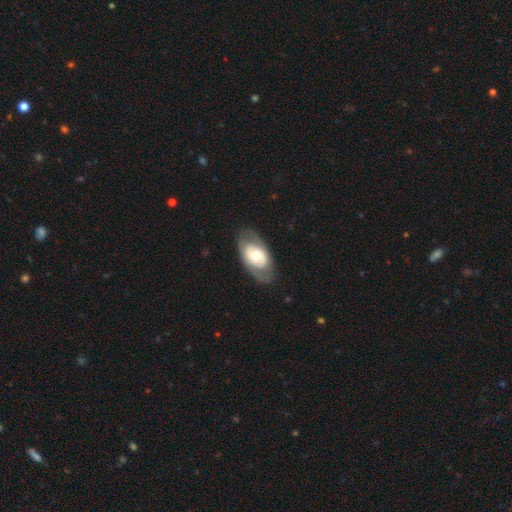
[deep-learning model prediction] Smooth or featured? Predicted: featured or disk (p=0.58). Edge-on disk? Predicted: no (p=0.91). Bar? Predicted: no (p=0.60). Spiral arms? Predicted: no (p=0.56). Bulge size? Predicted: moderate (p=0.61). Merging? Predicted: none (p=0.76).